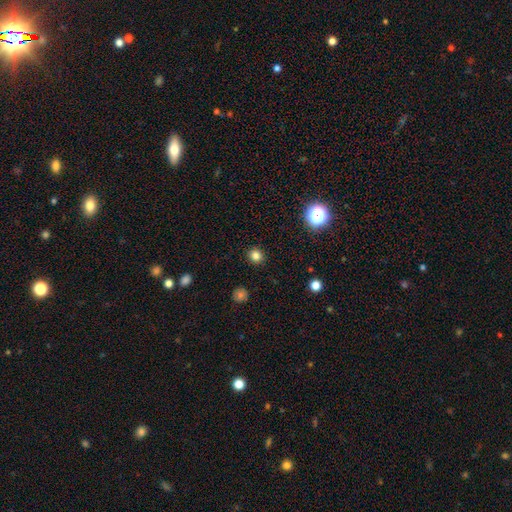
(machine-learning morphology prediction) Smooth or featured? Predicted: smooth (p=0.81). How rounded? Predicted: round (p=0.84). Merging? Predicted: none (p=0.91).